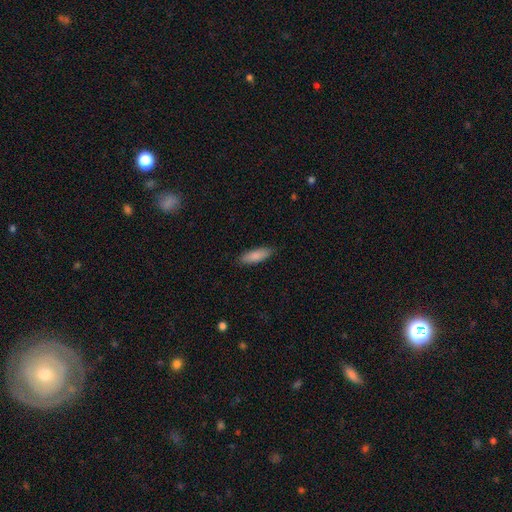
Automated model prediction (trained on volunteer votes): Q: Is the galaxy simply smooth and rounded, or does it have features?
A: smooth — 87%.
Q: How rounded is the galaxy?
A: in between — 51%.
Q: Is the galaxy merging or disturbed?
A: none — 88%.